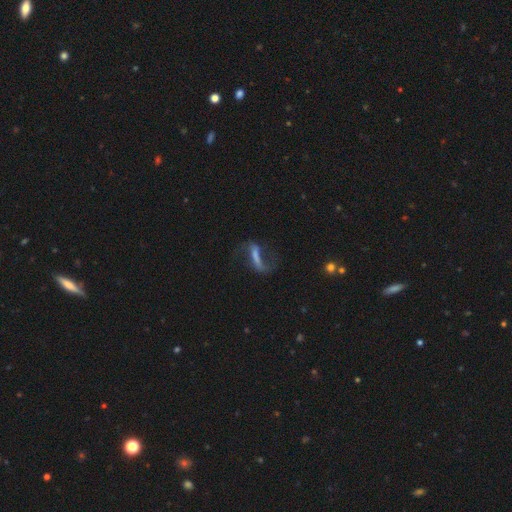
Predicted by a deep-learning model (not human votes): Q: Smooth or featured?
A: featured or disk (64%); runner-up: smooth (24%)
Q: Edge-on disk?
A: no (82%); runner-up: yes (18%)
Q: Bar?
A: strong (54%); runner-up: weak (26%)
Q: Spiral arms?
A: yes (78%); runner-up: no (22%)
Q: Bulge size?
A: none (51%); runner-up: small (26%)
Q: Merging?
A: none (45%); runner-up: major disturbance (32%)